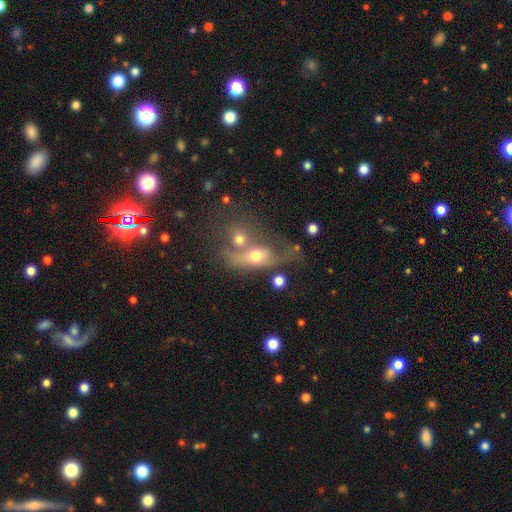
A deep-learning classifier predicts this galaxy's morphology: A smooth galaxy with no disk features (53%) that is in between round and cigar-shaped (66%).

Vote fractions:
- Smooth or featured? smooth: 53% / featured or disk: 35% / star or artifact: 12%
- How rounded? in between: 66% / round: 24% / cigar-shaped: 10%
- Merging? merger: 52% / none: 20% / major disturbance: 16% / minor disturbance: 12%